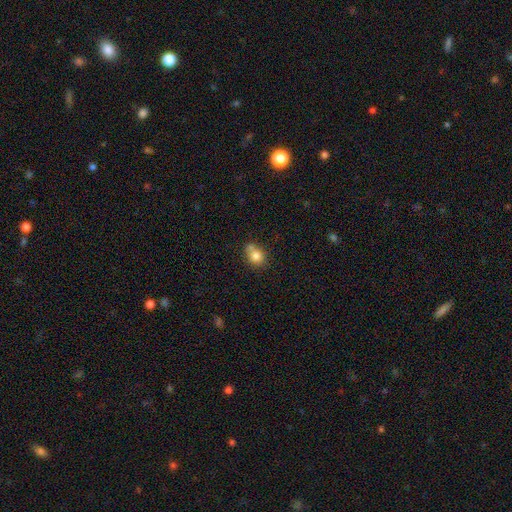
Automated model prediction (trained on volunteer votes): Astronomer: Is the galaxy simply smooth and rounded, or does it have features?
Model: smooth — 80%.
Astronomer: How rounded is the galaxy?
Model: round — 67%.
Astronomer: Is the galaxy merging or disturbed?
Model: none — 51%.